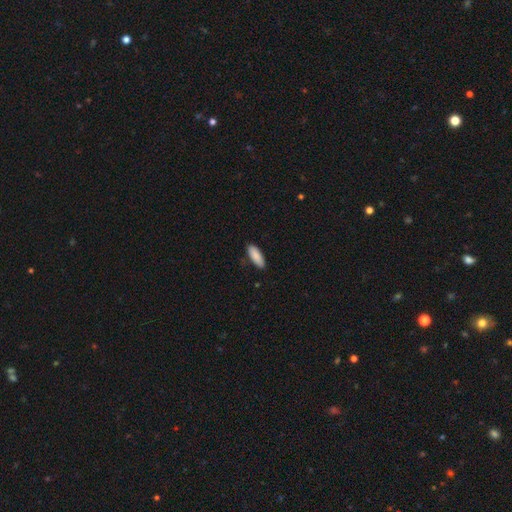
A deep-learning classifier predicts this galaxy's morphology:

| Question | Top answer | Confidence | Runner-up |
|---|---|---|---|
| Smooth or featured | smooth | 89% | star or artifact (6%) |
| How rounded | in between | 67% | cigar-shaped (31%) |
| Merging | none | 87% | minor disturbance (10%) |